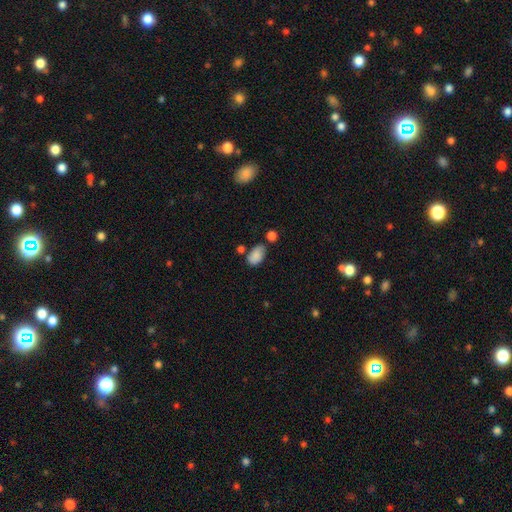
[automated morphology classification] smooth_or_featured: smooth (p=0.83) [alt: star or artifact p=0.08]
how_rounded: in between (p=0.91) [alt: round p=0.08]
merging: none (p=0.60) [alt: minor disturbance p=0.22]